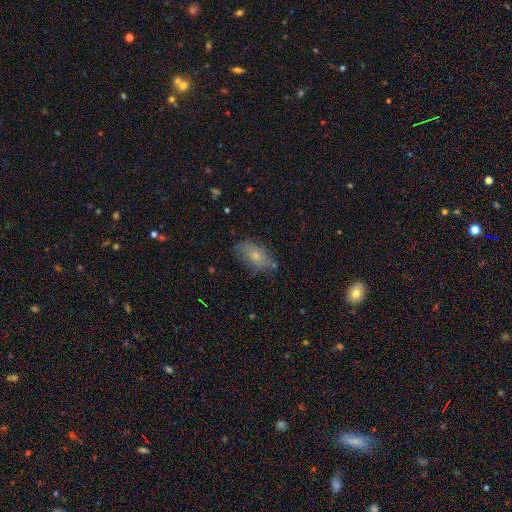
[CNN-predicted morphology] smooth-or-featured: smooth: 72% | featured or disk: 19% | star or artifact: 9%
  how-rounded: in between: 89% | round: 6% | cigar-shaped: 5%
  merging: none: 69% | minor disturbance: 22% | major disturbance: 6% | merger: 3%